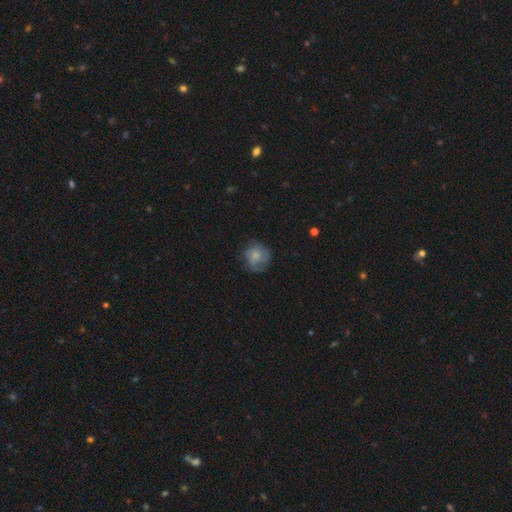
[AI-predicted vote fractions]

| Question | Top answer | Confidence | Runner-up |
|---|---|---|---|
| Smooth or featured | smooth | 56% | featured or disk (35%) |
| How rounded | round | 84% | in between (15%) |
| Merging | none | 65% | minor disturbance (23%) |